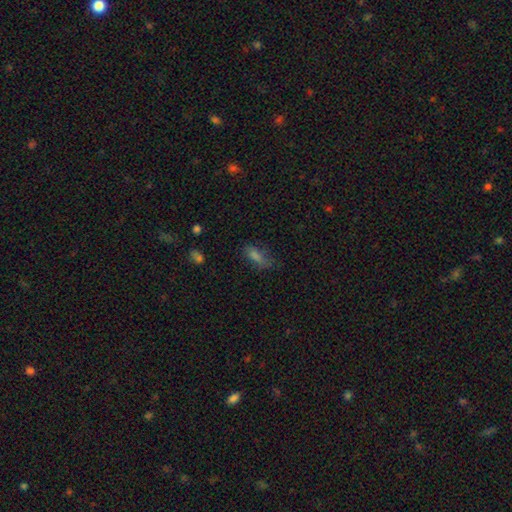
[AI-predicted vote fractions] Morphology: type=smooth (64%); roundness=in between (66%); merging=none (59%).